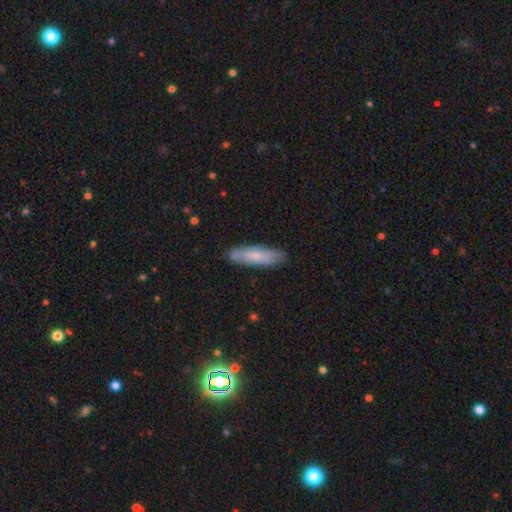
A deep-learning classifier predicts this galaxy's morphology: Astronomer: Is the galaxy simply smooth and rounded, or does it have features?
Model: smooth — 66%.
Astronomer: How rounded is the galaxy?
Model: cigar-shaped — 67%.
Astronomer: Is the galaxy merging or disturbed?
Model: none — 84%.